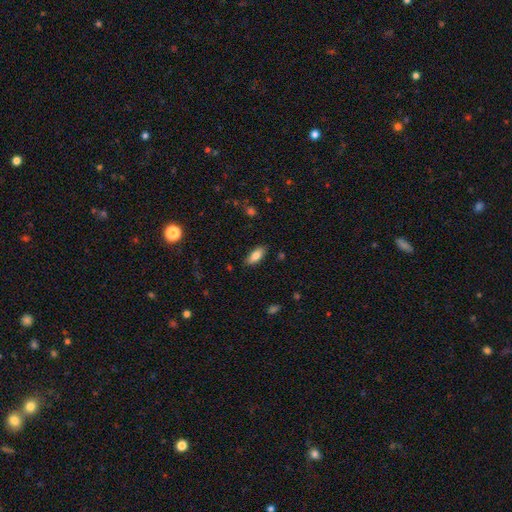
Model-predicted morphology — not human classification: smooth_or_featured: smooth (p=0.80) [alt: featured or disk p=0.12]
how_rounded: in between (p=0.81) [alt: cigar-shaped p=0.17]
merging: none (p=0.86) [alt: minor disturbance p=0.10]